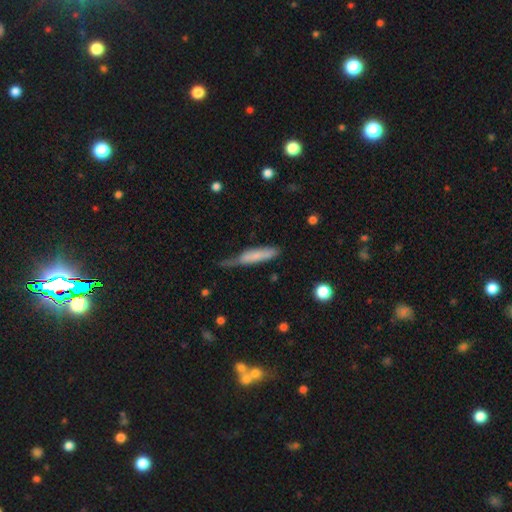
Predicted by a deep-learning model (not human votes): Morphology: type=smooth (68%); roundness=cigar-shaped (82%); merging=minor disturbance (40%).